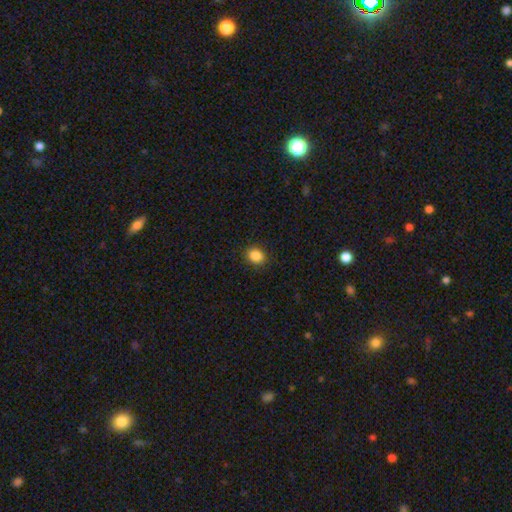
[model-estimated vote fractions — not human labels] This is clearly a smooth galaxy (87%). How rounded: possibly in between (51%). Merging: clearly none (90%).